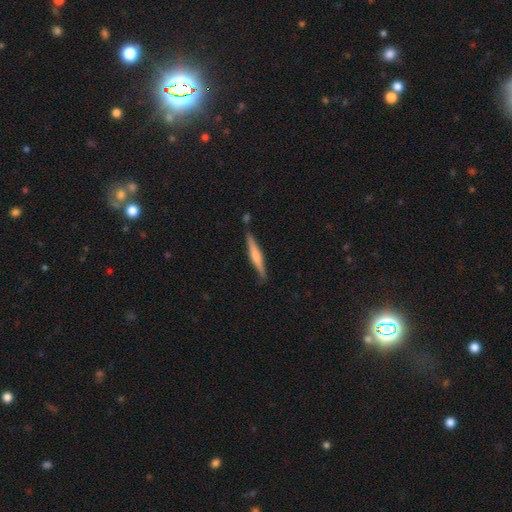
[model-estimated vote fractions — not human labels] Overall: smooth (48%; featured or disk 46%). Merging: none (83%).